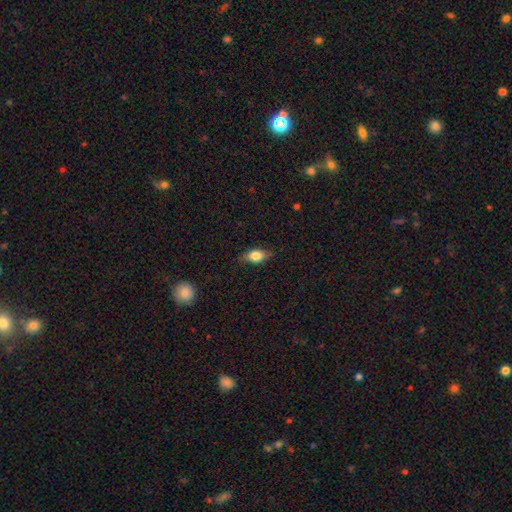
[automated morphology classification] This appears to be a smooth galaxy with no disk features (76%) that is in between round and cigar-shaped (83%). Merging: none (81%).